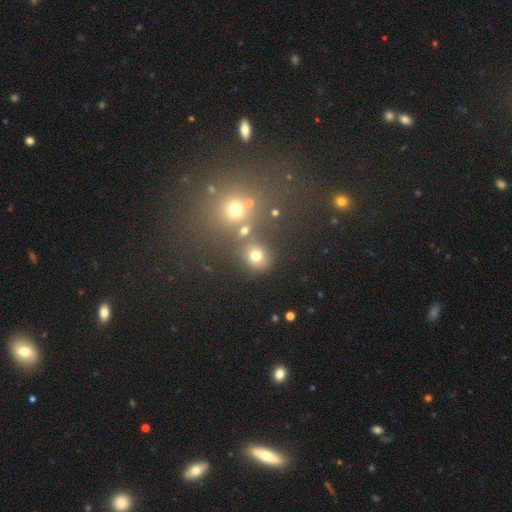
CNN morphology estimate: smooth-or-featured: smooth: 71% | star or artifact: 20% | featured or disk: 9%
  how-rounded: round: 80% | in between: 19% | cigar-shaped: 1%
  merging: none: 70% | merger: 16% | minor disturbance: 9% | major disturbance: 5%